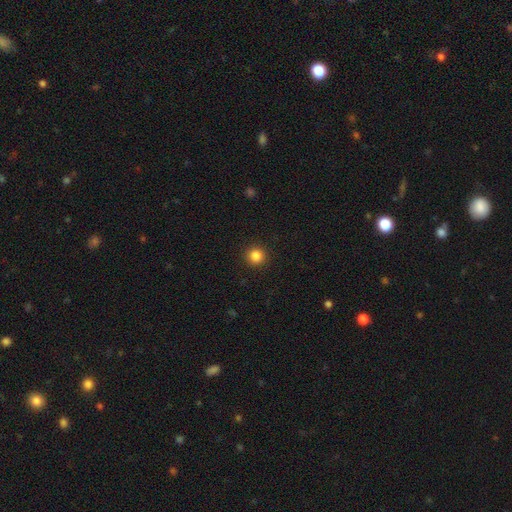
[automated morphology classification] Smooth or featured?
  - smooth: 85% *
  - star or artifact: 12%
  - featured or disk: 4%
How rounded?
  - round: 95% *
  - in between: 4%
  - cigar-shaped: 1%
Merging?
  - none: 93% *
  - minor disturbance: 4%
  - major disturbance: 2%
  - merger: 1%